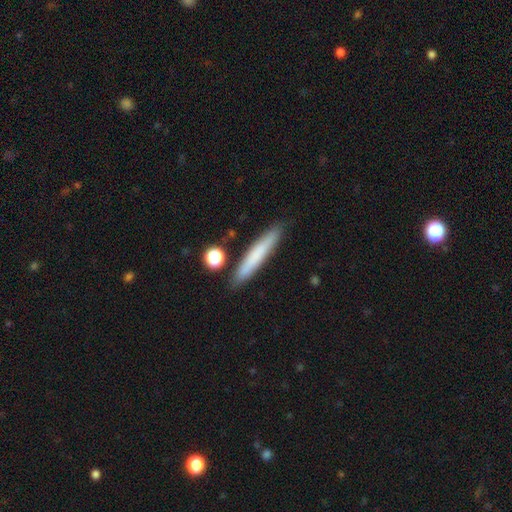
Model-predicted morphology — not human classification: Smooth or featured? smooth (69%)
How rounded? cigar-shaped (93%)
Merging? none (84%)